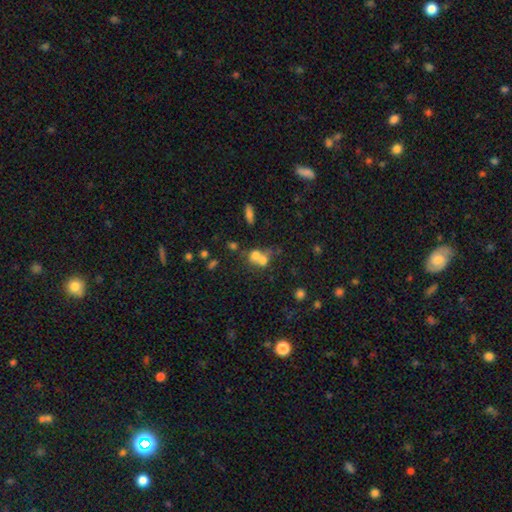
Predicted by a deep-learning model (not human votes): Smooth or featured?
  - smooth: 66% *
  - featured or disk: 19%
  - star or artifact: 15%
How rounded?
  - round: 72% *
  - in between: 26%
  - cigar-shaped: 1%
Merging?
  - merger: 64% *
  - none: 26%
  - minor disturbance: 6%
  - major disturbance: 4%